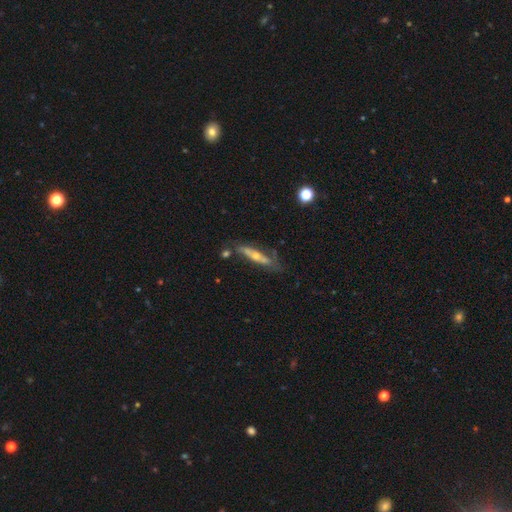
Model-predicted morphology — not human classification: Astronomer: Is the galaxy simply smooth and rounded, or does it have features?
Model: featured or disk — 67%.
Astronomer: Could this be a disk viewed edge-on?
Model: yes — 74%.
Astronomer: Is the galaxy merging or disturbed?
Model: none — 59%.